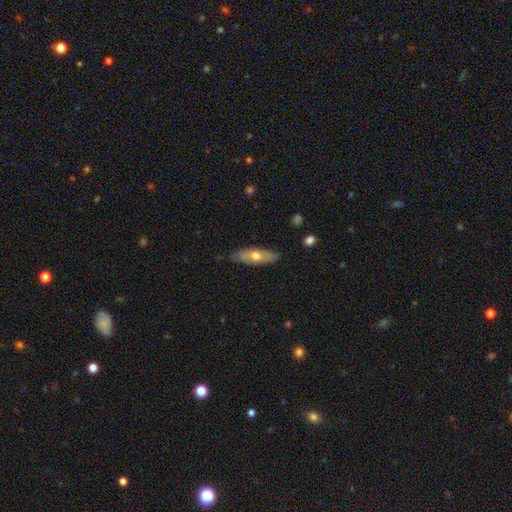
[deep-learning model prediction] This is possibly a smooth galaxy (53%). How rounded: possibly in between (56%). Merging: clearly none (81%).